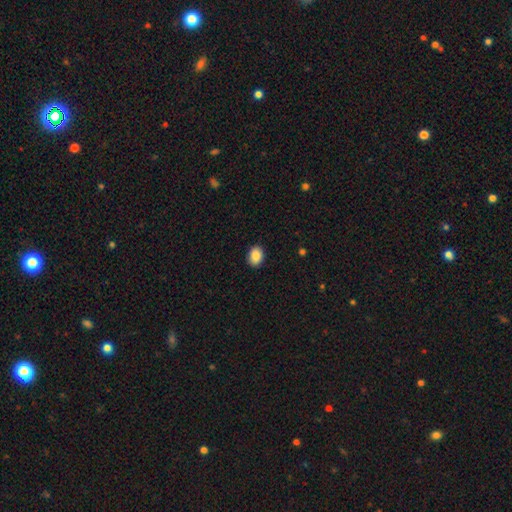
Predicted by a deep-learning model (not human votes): A smooth galaxy with no disk features (88%) that is in between round and cigar-shaped (68%). Merging: none (90%).